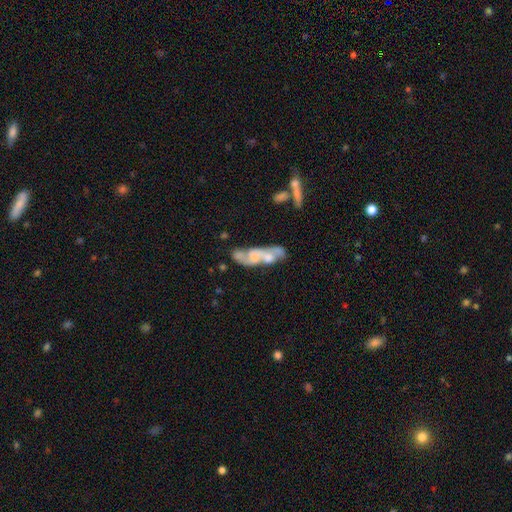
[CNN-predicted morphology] This is likely a featured or disk galaxy (63%). It is clearly not viewed edge-on (82%). Bar: likely no (67%). Spiral arm pattern: likely yes (64%). Central bulge: marginally moderate (32%). Merging: marginally none (40%).